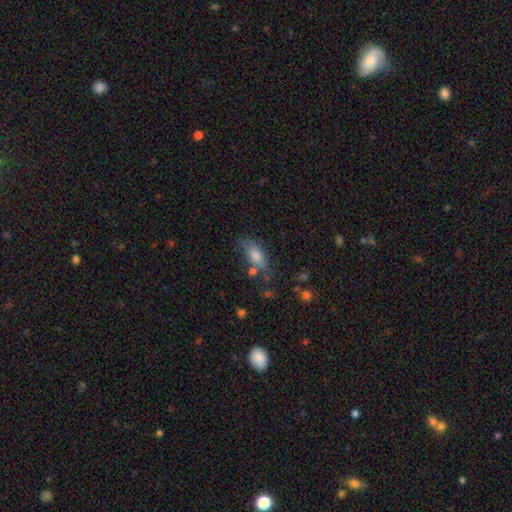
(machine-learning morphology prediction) smooth 75%, featured or disk 16%, star or artifact 9%. Down the decision tree: how rounded — in between (79%); merging — none (61%).